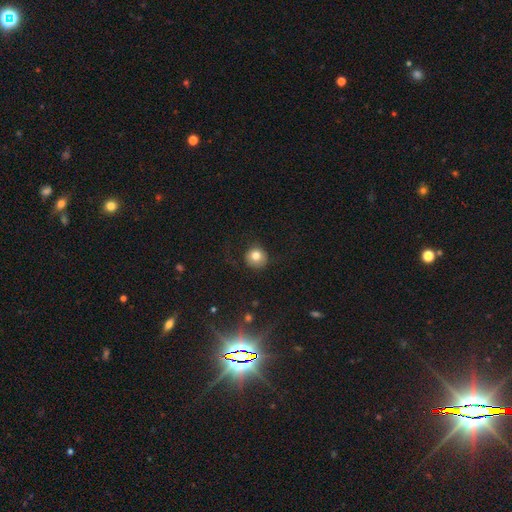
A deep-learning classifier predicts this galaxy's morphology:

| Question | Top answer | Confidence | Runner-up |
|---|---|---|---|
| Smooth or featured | smooth | 79% | star or artifact (11%) |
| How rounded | round | 92% | in between (7%) |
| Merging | none | 78% | minor disturbance (13%) |